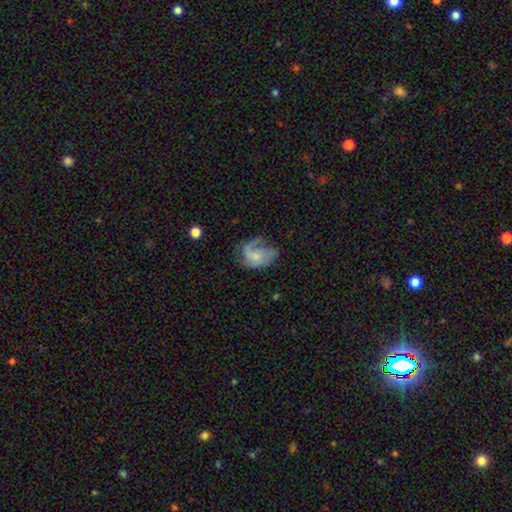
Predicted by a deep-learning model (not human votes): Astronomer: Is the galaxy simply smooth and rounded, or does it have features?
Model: featured or disk — 71%.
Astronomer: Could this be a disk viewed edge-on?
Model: no — 98%.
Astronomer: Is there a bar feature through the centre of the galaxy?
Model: no — 69%.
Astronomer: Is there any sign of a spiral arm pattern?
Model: yes — 91%.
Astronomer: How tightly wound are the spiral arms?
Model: medium — 45% (runner-up: loose, 32%).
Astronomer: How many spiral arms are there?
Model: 3 — 31%, tied with 2 at 31%.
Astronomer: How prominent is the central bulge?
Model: small — 55%.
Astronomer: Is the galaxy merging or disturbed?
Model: none — 44% (runner-up: major disturbance, 28%).